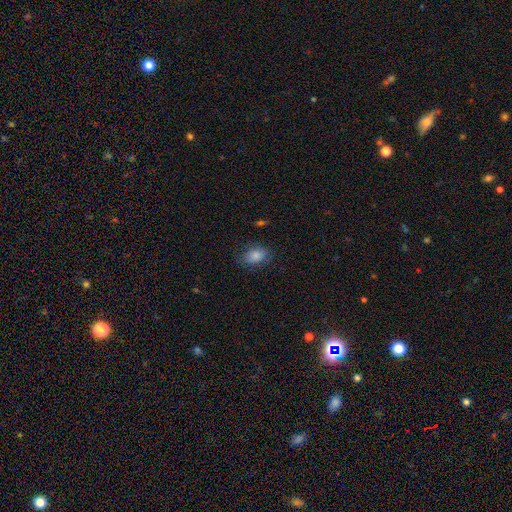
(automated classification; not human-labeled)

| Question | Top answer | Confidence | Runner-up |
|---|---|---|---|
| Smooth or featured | smooth | 83% | featured or disk (8%) |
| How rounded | in between | 85% | round (13%) |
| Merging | none | 77% | minor disturbance (17%) |